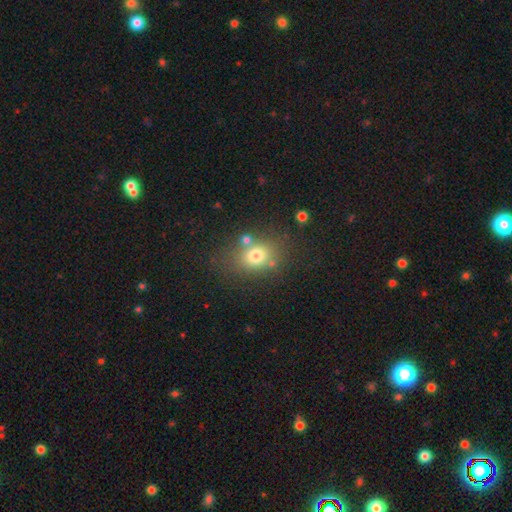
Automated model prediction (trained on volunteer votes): A smooth galaxy with no disk features (72%) that is in between round and cigar-shaped (51%).

Vote fractions:
- Smooth or featured? smooth: 72% / star or artifact: 15% / featured or disk: 13%
- How rounded? in between: 51% / round: 48% / cigar-shaped: 1%
- Merging? none: 69% / minor disturbance: 13% / merger: 11% / major disturbance: 6%